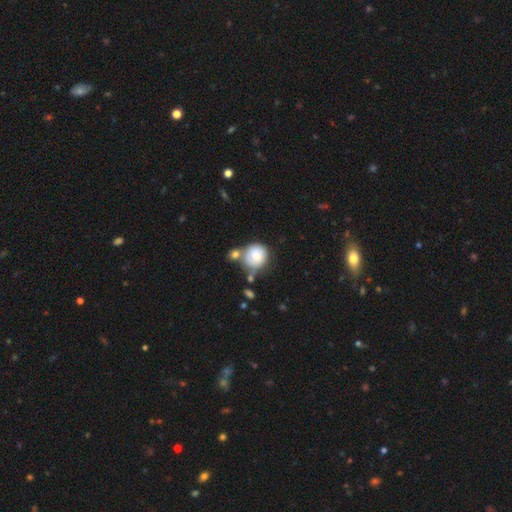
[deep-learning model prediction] Q: Smooth or featured?
A: smooth (75%); runner-up: featured or disk (17%)
Q: How rounded?
A: round (83%); runner-up: in between (16%)
Q: Merging?
A: none (46%); runner-up: merger (28%)